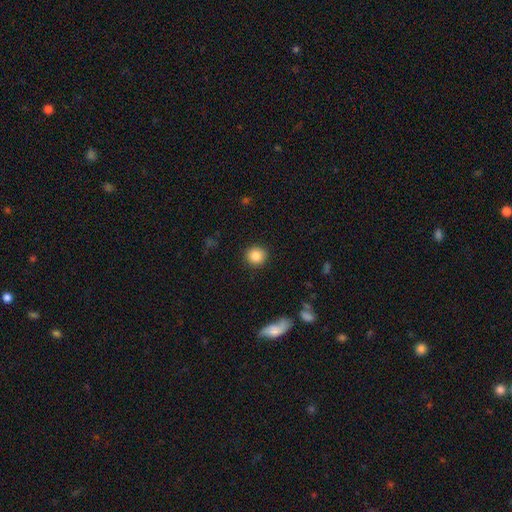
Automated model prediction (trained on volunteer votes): A smooth galaxy with no disk features (85%) that is round (91%). Merging: none (91%).